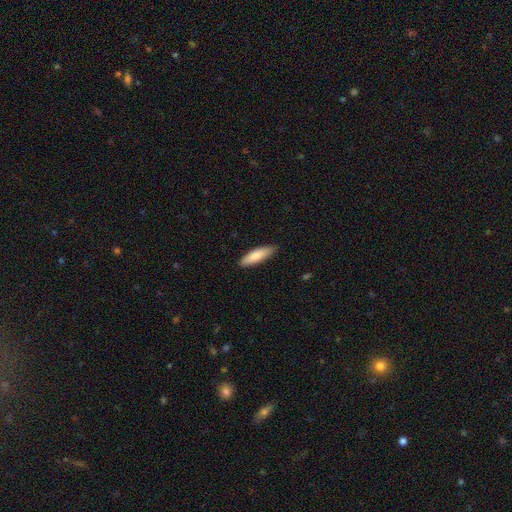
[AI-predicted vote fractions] Morphology: type=smooth (84%); roundness=cigar-shaped (57%); merging=none (86%).